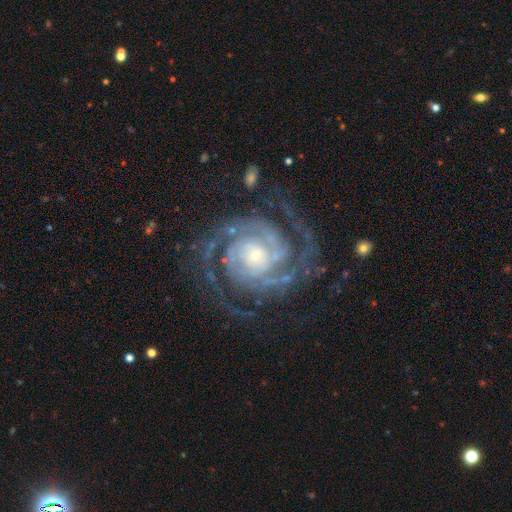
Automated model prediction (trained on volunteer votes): Morphology: type=featured or disk (93%); edge-on=no (98%); bar=no (70%); spiral arms=yes (99%); winding=tight (65%); arm count=2 (64%); bulge=small (66%); merging=none (75%).